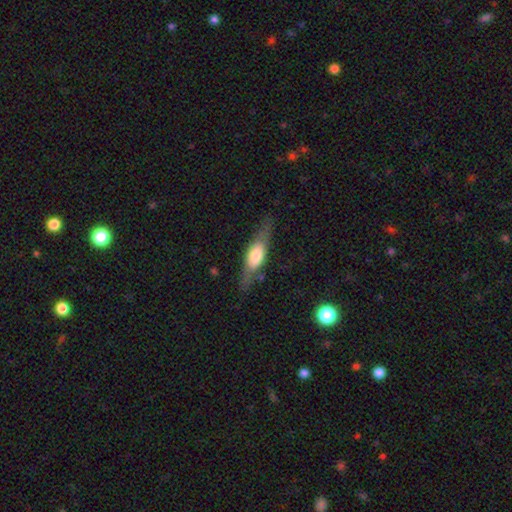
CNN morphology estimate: This is possibly a smooth galaxy (48%). Merging: likely none (73%).